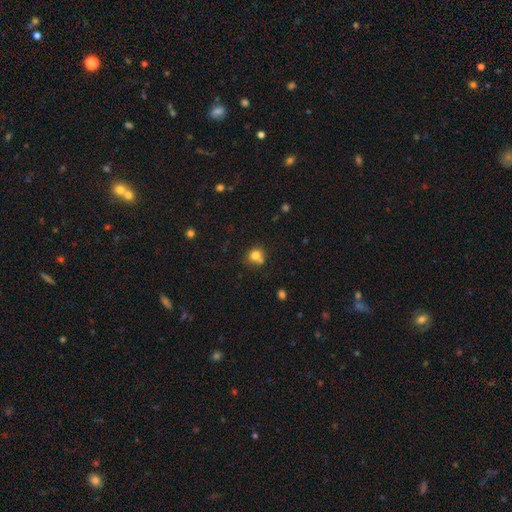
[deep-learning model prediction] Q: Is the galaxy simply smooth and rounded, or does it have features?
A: smooth — 78%.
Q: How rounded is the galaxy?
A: round — 82%.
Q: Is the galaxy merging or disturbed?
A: none — 57%.